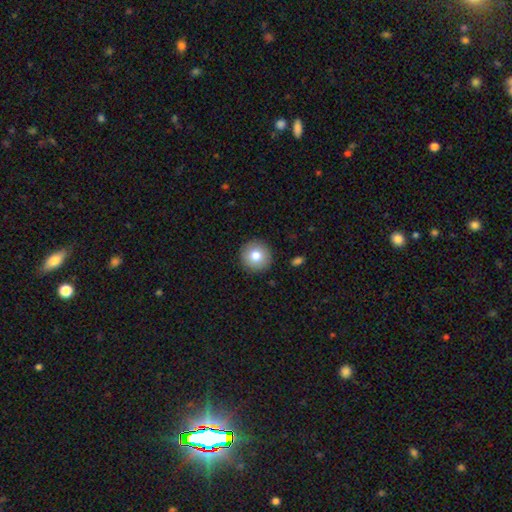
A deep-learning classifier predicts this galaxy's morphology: Smooth or featured? Predicted: smooth (p=0.80). How rounded? Predicted: round (p=0.95). Merging? Predicted: none (p=0.91).